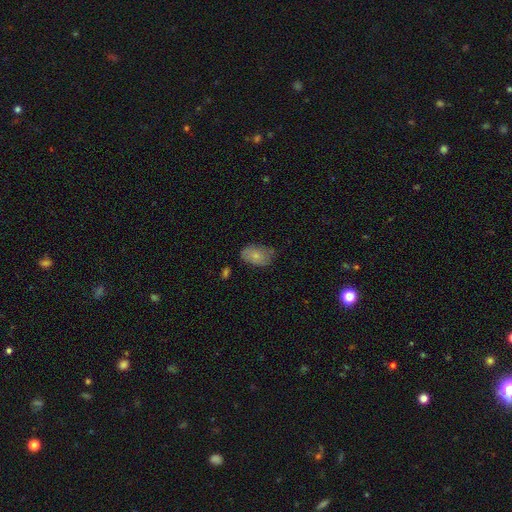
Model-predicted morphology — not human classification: This is likely a smooth galaxy (77%). How rounded: clearly in between (91%). Merging: possibly none (59%).